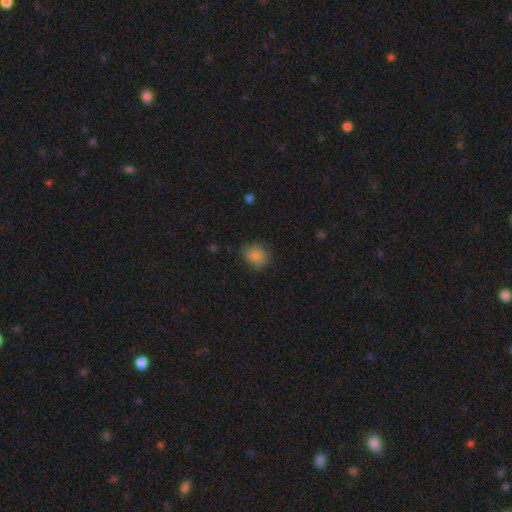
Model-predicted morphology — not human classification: Overall: smooth (83%). How rounded: round (67%; in between 32%). Merging: none (75%).